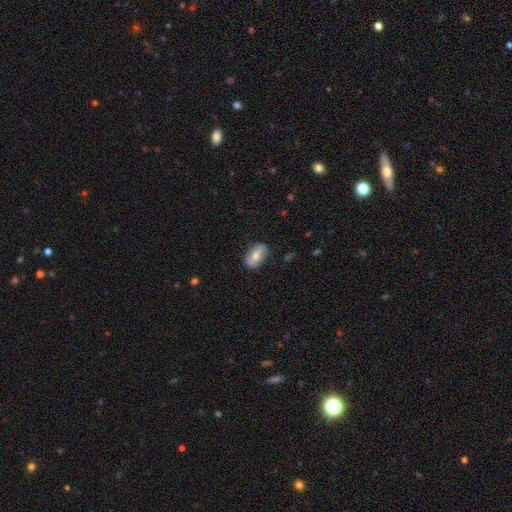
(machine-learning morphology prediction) smooth 58%, featured or disk 36%, star or artifact 7%. Down the decision tree: how rounded — in between (88%); merging — none (79%).